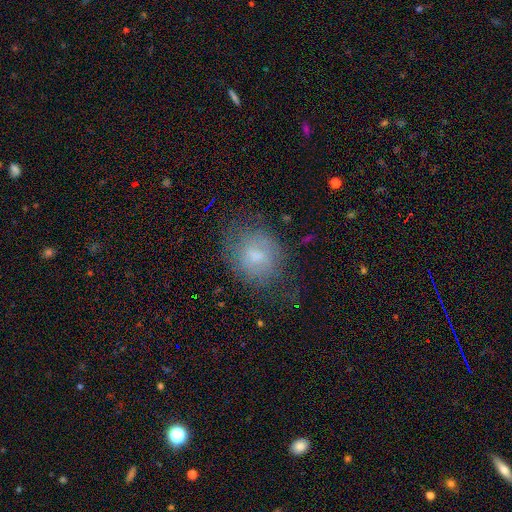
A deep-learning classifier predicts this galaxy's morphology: Q: Smooth or featured?
A: smooth (54%); runner-up: featured or disk (36%)
Q: How rounded?
A: round (54%); runner-up: in between (44%)
Q: Merging?
A: none (59%); runner-up: minor disturbance (24%)